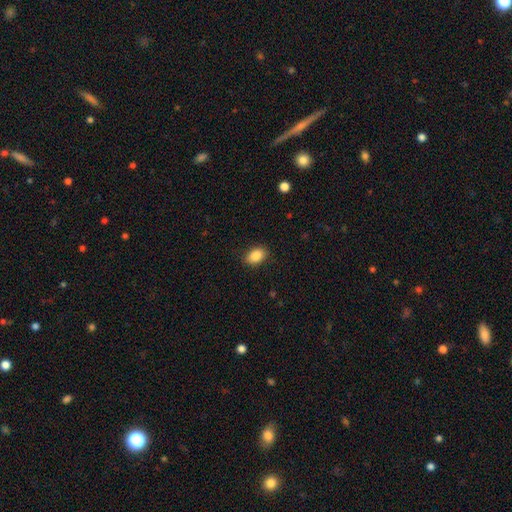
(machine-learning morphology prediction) Q: Smooth or featured?
A: smooth (89%); runner-up: star or artifact (8%)
Q: How rounded?
A: in between (84%); runner-up: round (15%)
Q: Merging?
A: none (87%); runner-up: minor disturbance (10%)